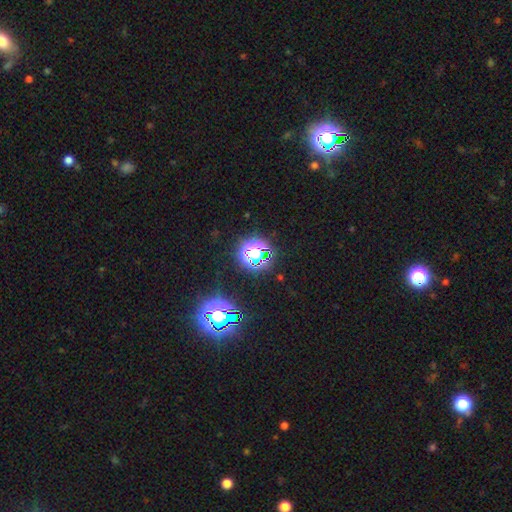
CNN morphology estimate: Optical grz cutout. It shows a star or artifact, not a galaxy (69%).